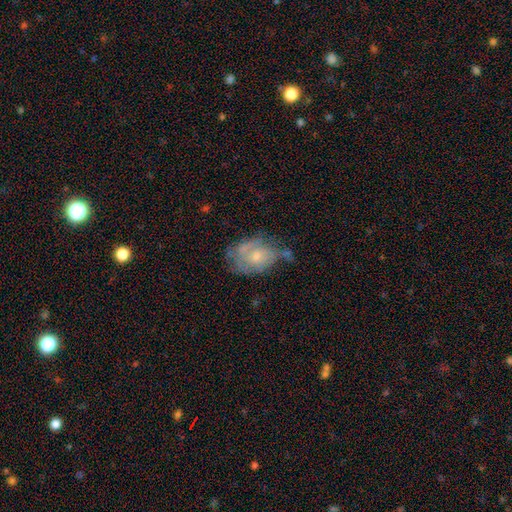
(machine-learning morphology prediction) Overall: featured or disk (55%; smooth 37%). Edge-on disk: no (96%). Bar: no (79%). Spiral arms: yes (61%; no 39%). Bulge size: small (46%; moderate 45%). Merging: none (38%; minor disturbance 32%).